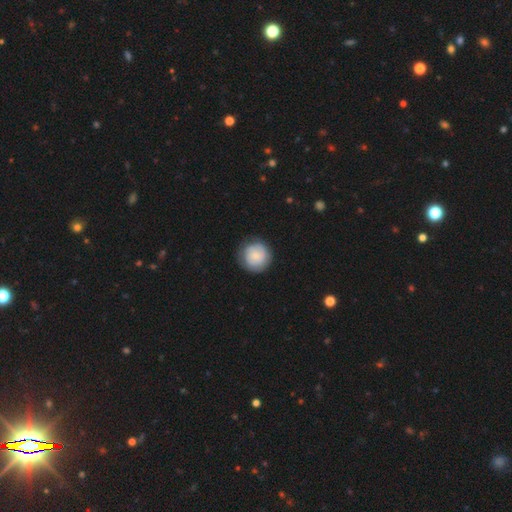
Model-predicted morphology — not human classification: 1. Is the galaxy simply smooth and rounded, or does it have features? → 69% smooth, 25% featured or disk, 6% star or artifact.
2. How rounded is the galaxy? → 94% round, 5% in between, 1% cigar-shaped.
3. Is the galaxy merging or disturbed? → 80% none, 14% minor disturbance, 4% major disturbance, 1% merger.